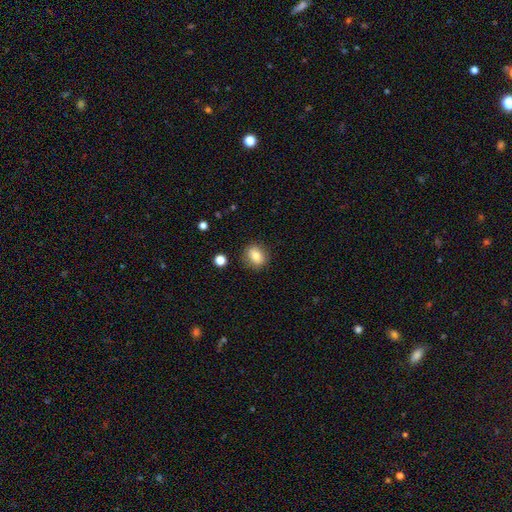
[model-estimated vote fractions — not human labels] smooth-or-featured: smooth: 79% | featured or disk: 11% | star or artifact: 10%
  how-rounded: round: 58% | in between: 41% | cigar-shaped: 1%
  merging: none: 85% | minor disturbance: 11% | major disturbance: 3% | merger: 2%